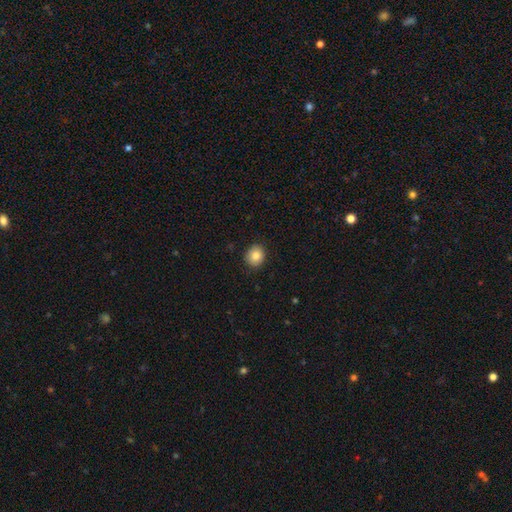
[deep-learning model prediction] Smooth or featured?
  - smooth: 84% *
  - star or artifact: 9%
  - featured or disk: 7%
How rounded?
  - round: 74% *
  - in between: 25%
  - cigar-shaped: 1%
Merging?
  - none: 88% *
  - minor disturbance: 9%
  - major disturbance: 2%
  - merger: 1%